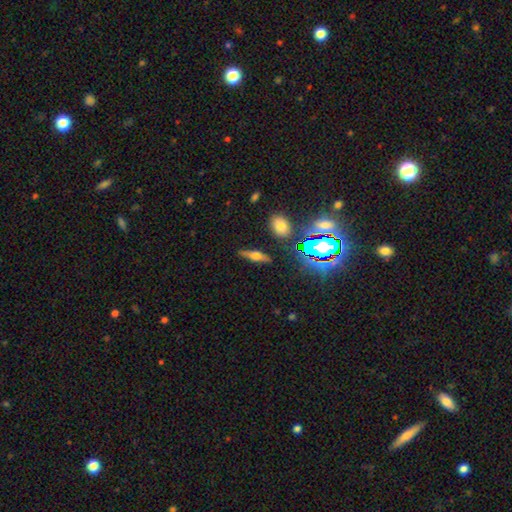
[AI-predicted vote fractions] A featured or disk galaxy (49%).

Vote fractions:
- Smooth or featured? featured or disk: 49% / smooth: 35% / star or artifact: 16%
- Merging? none: 85% / minor disturbance: 10% / major disturbance: 3% / merger: 2%